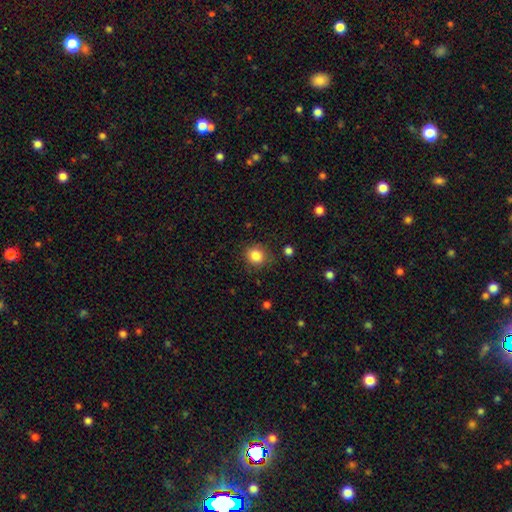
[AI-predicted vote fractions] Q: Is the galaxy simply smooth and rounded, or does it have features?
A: smooth — 85%.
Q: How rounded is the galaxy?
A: round — 86%.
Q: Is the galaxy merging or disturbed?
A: none — 82%.